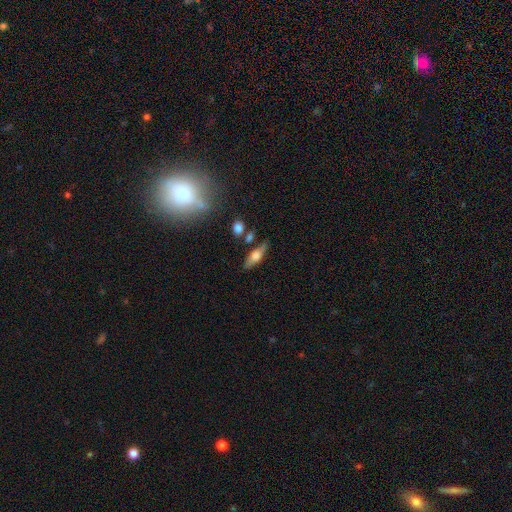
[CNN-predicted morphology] Q: Smooth or featured?
A: featured or disk (46%); tied with: smooth (46%)
Q: Merging?
A: none (78%); runner-up: minor disturbance (12%)